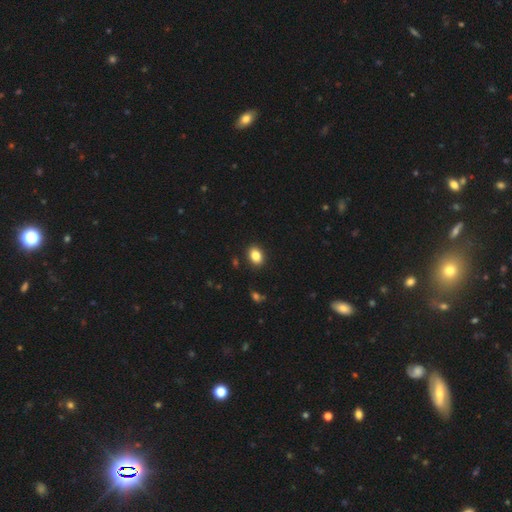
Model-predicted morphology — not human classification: A smooth galaxy with no disk features (85%) that is in between round and cigar-shaped (71%). Merging: none (89%).